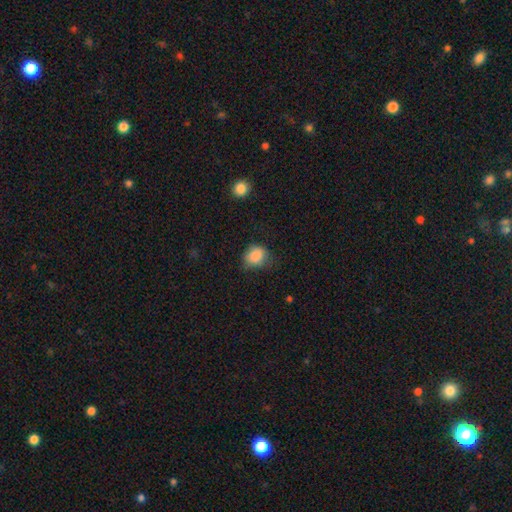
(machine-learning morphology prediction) Smooth or featured?
  - smooth: 86% *
  - star or artifact: 9%
  - featured or disk: 4%
How rounded?
  - round: 61% *
  - in between: 38%
  - cigar-shaped: 1%
Merging?
  - none: 61% *
  - minor disturbance: 29%
  - major disturbance: 9%
  - merger: 2%